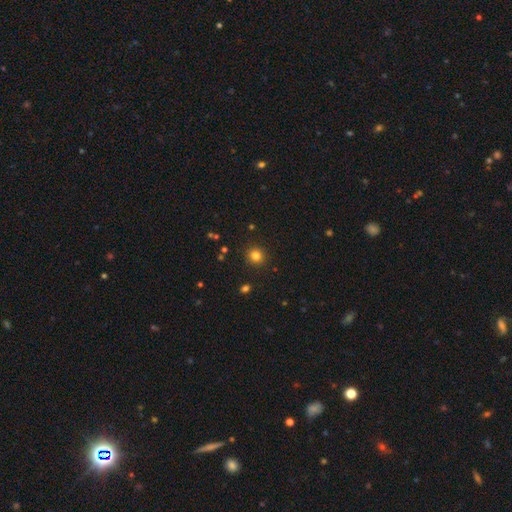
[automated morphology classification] A smooth galaxy with no disk features (81%) that is round (89%).

Vote fractions:
- Smooth or featured? smooth: 81% / star or artifact: 14% / featured or disk: 5%
- How rounded? round: 89% / in between: 10% / cigar-shaped: 1%
- Merging? none: 90% / minor disturbance: 6% / major disturbance: 2% / merger: 1%